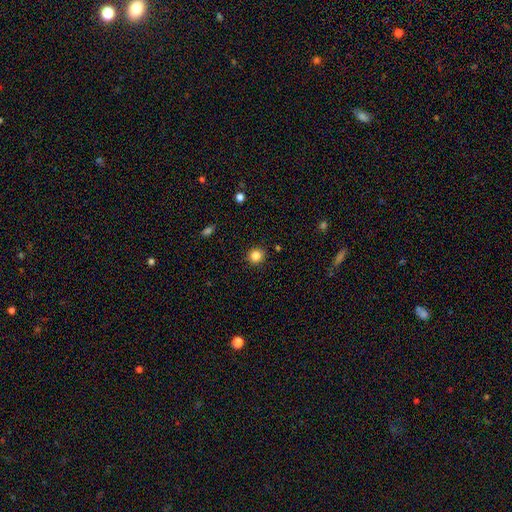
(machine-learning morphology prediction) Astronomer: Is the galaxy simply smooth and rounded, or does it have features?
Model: smooth — 84%.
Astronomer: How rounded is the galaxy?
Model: round — 91%.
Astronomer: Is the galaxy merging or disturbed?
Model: none — 90%.